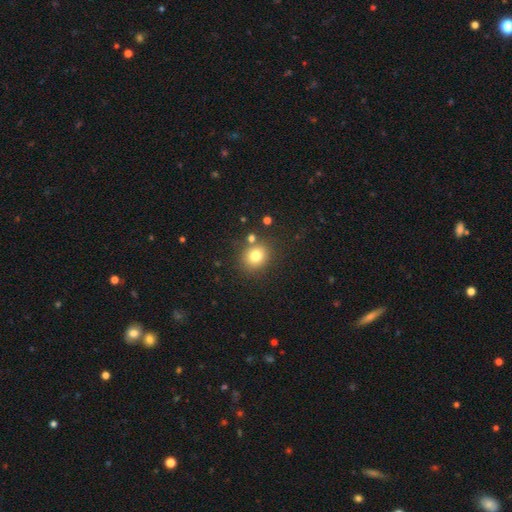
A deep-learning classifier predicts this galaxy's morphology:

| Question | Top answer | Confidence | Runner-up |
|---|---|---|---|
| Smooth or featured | smooth | 78% | star or artifact (13%) |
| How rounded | round | 75% | in between (24%) |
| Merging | none | 79% | minor disturbance (9%) |